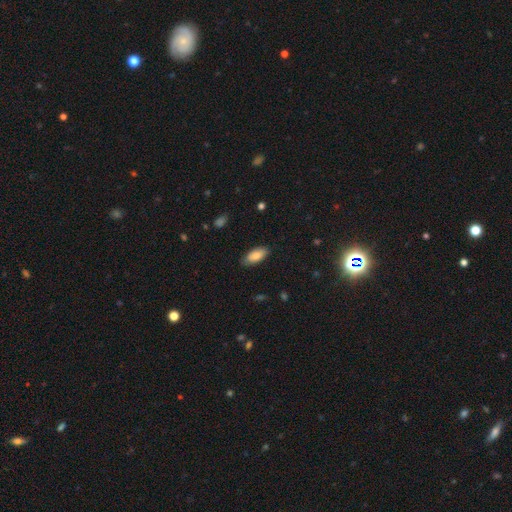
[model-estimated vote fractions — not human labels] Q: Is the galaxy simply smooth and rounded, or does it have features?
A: smooth — 83%.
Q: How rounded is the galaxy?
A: in between — 85%.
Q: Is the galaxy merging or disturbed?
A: none — 82%.